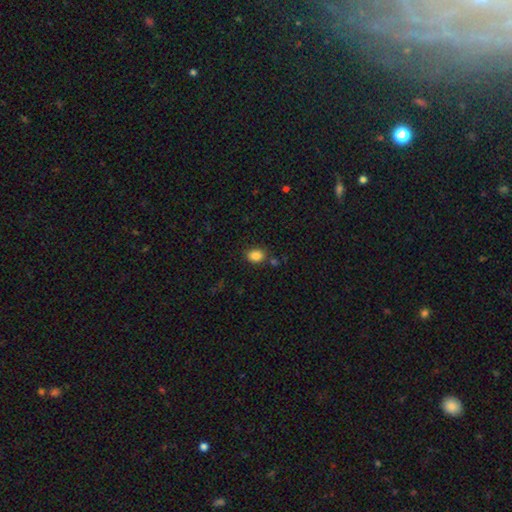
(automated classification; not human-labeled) A smooth galaxy with no disk features (86%) that is in between round and cigar-shaped (64%).

Vote fractions:
- Smooth or featured? smooth: 86% / star or artifact: 10% / featured or disk: 4%
- How rounded? in between: 64% / round: 35% / cigar-shaped: 1%
- Merging? none: 79% / minor disturbance: 12% / merger: 6% / major disturbance: 4%